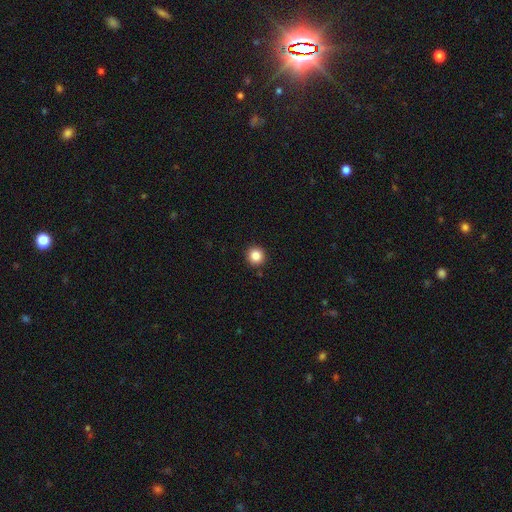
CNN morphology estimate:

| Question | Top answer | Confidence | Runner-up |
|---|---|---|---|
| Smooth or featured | smooth | 85% | star or artifact (10%) |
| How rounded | round | 94% | in between (5%) |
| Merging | none | 92% | minor disturbance (5%) |